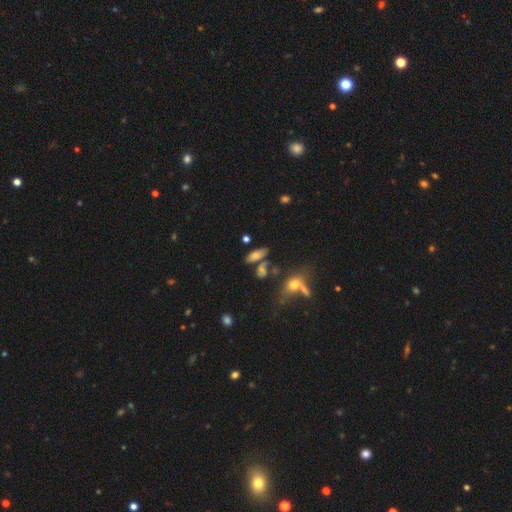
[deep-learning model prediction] The model was most divided on "how rounded": in between: 66%, cigar-shaped: 29%, round: 5%. More confident: smooth or featured — smooth (68%); merging — none (63%).